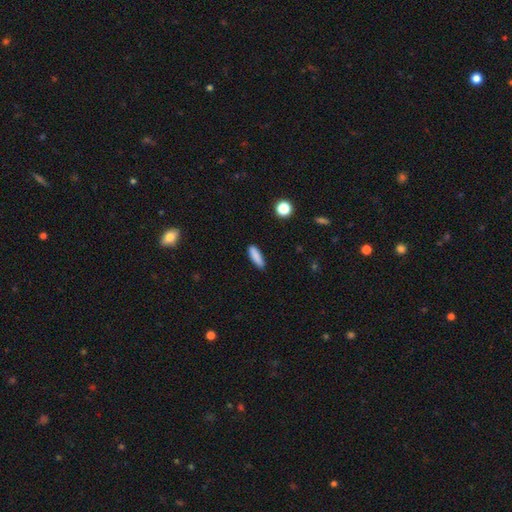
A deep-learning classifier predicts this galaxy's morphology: The model was most divided on "how rounded": cigar-shaped: 65%, in between: 33%, round: 2%. More confident: smooth or featured — smooth (87%); merging — none (85%).